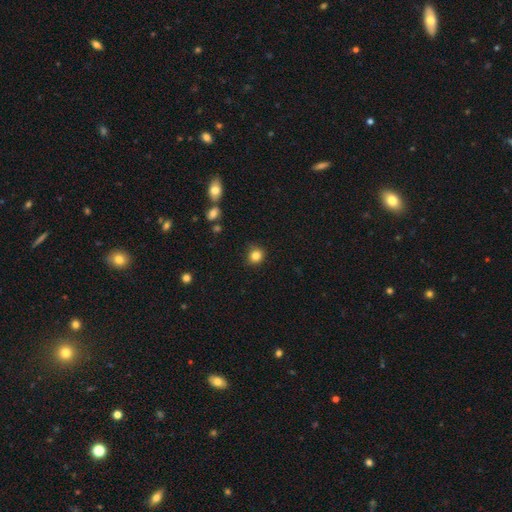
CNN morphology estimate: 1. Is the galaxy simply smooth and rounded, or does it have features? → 84% smooth, 11% star or artifact, 5% featured or disk.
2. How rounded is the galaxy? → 86% round, 13% in between, 1% cigar-shaped.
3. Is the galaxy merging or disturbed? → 86% none, 11% minor disturbance, 2% major disturbance, 1% merger.